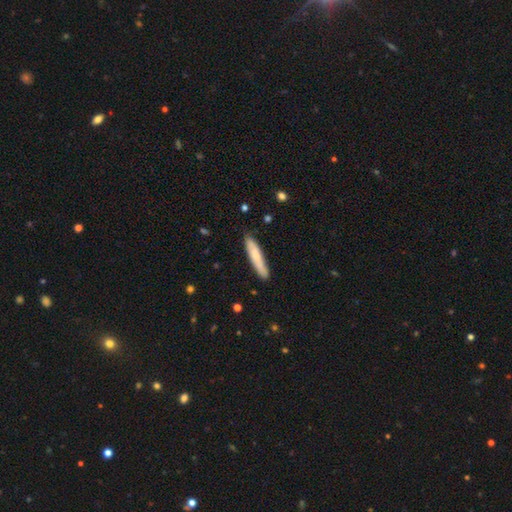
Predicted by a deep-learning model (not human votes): Q: Smooth or featured?
A: smooth (71%); runner-up: featured or disk (24%)
Q: How rounded?
A: cigar-shaped (88%); runner-up: in between (10%)
Q: Merging?
A: none (84%); runner-up: minor disturbance (13%)